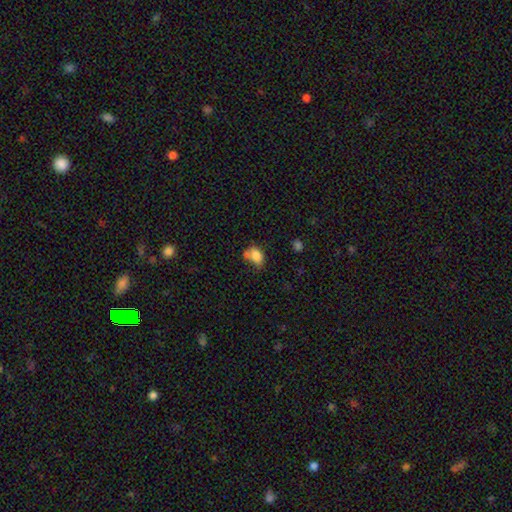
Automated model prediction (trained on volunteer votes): smooth-or-featured: smooth: 80% | star or artifact: 10% | featured or disk: 10%
  how-rounded: in between: 73% | round: 26% | cigar-shaped: 1%
  merging: none: 41% | minor disturbance: 26% | merger: 23% | major disturbance: 11%